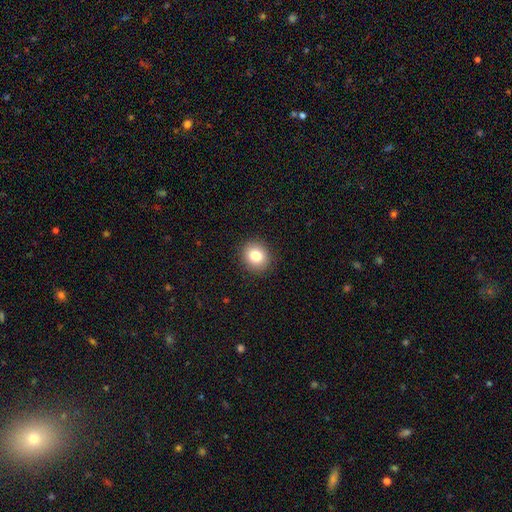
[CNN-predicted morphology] type=smooth (82%); roundness=round (77%); merging=none (91%).